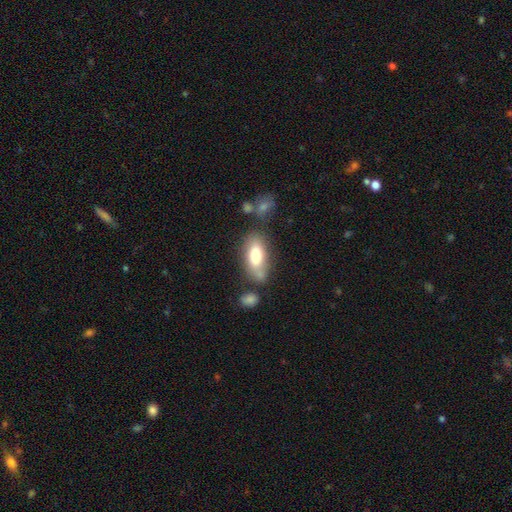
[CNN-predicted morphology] smooth_or_featured: smooth (p=0.74) [alt: featured or disk p=0.19]
how_rounded: in between (p=0.86) [alt: cigar-shaped p=0.11]
merging: none (p=0.59) [alt: minor disturbance p=0.20]